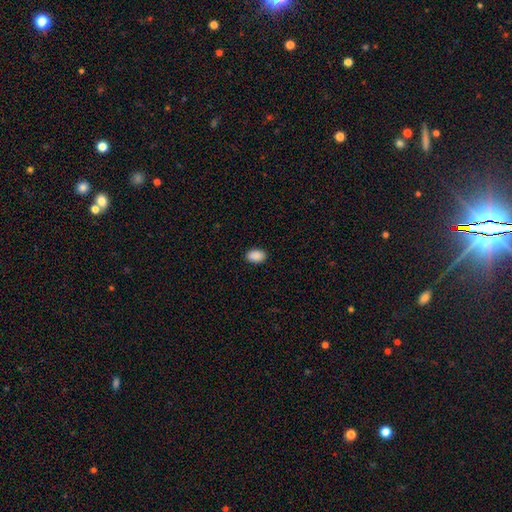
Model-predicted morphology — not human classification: A smooth galaxy with no disk features (90%) that is in between round and cigar-shaped (87%). Merging: none (90%).